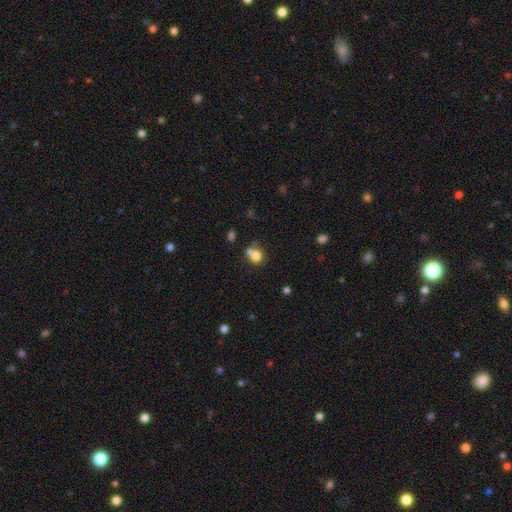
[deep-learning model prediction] This appears to be a smooth galaxy with no disk features (76%) that is round (82%). Merging: none (49%).